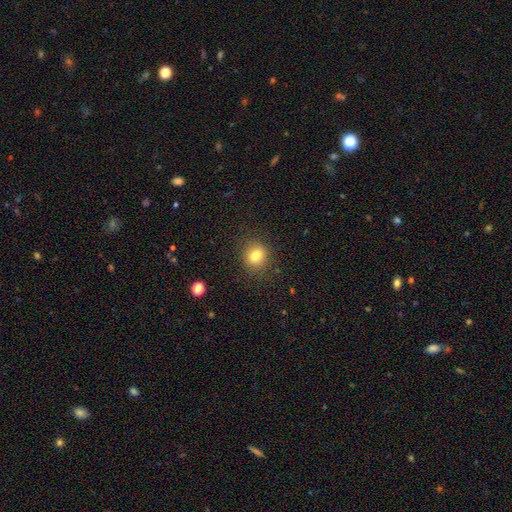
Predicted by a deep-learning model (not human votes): smooth_or_featured: smooth (p=0.80) [alt: star or artifact p=0.12]
how_rounded: round (p=0.74) [alt: in between p=0.25]
merging: none (p=0.87) [alt: minor disturbance p=0.09]